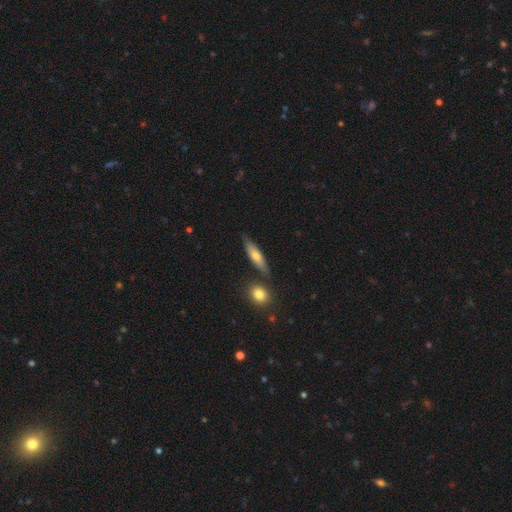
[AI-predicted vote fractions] smooth_or_featured: smooth (p=0.61) [alt: featured or disk p=0.33]
how_rounded: cigar-shaped (p=0.67) [alt: in between p=0.29]
merging: none (p=0.77) [alt: minor disturbance p=0.12]